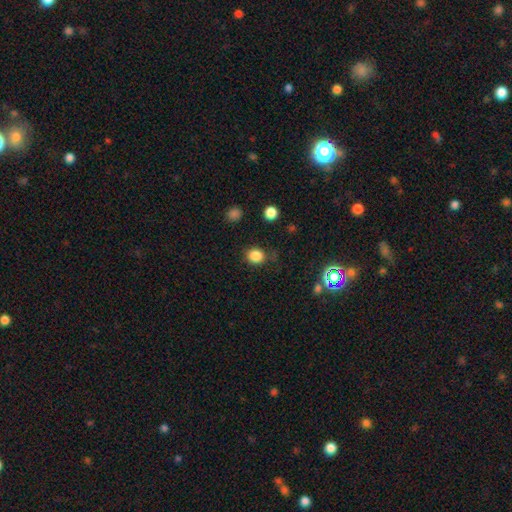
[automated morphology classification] Smooth or featured?
  - smooth: 84% *
  - star or artifact: 12%
  - featured or disk: 4%
How rounded?
  - round: 73% *
  - in between: 26%
  - cigar-shaped: 1%
Merging?
  - none: 78% *
  - minor disturbance: 15%
  - major disturbance: 5%
  - merger: 3%